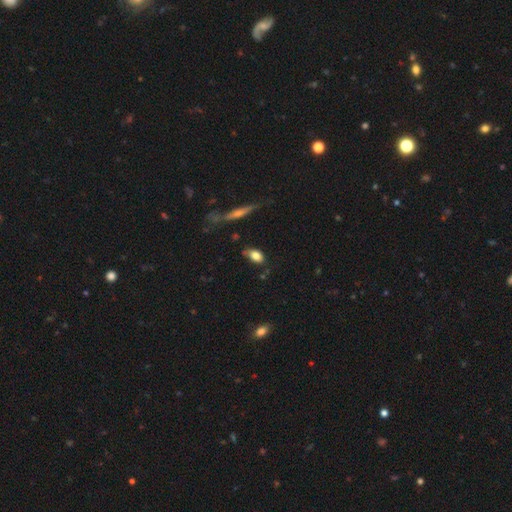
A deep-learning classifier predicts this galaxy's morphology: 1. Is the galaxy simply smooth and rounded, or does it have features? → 79% smooth, 13% featured or disk, 8% star or artifact.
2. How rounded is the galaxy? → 86% in between, 8% round, 5% cigar-shaped.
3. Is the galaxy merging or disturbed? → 69% none, 22% minor disturbance, 5% major disturbance, 4% merger.